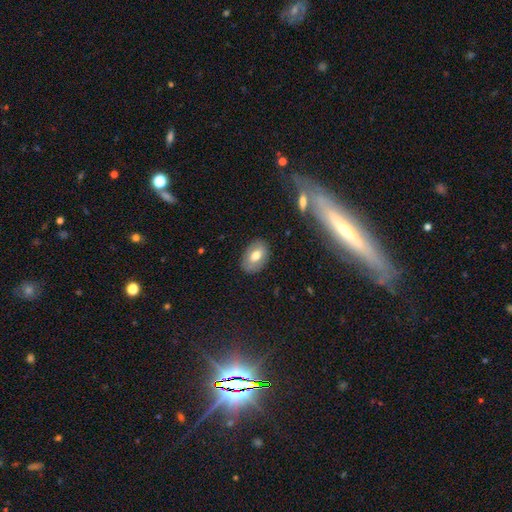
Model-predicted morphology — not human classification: Q: Smooth or featured?
A: smooth (67%); runner-up: featured or disk (25%)
Q: How rounded?
A: in between (86%); runner-up: round (13%)
Q: Merging?
A: none (85%); runner-up: minor disturbance (11%)